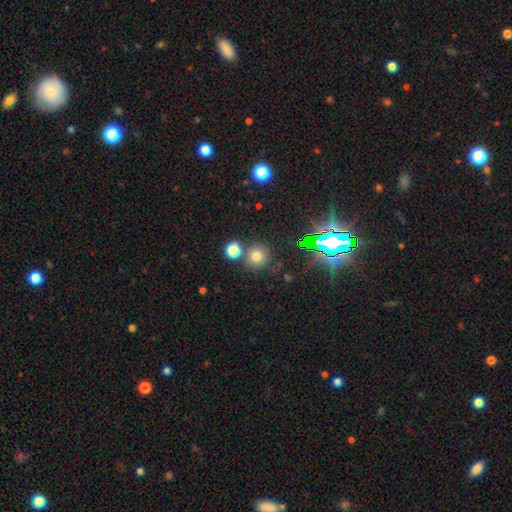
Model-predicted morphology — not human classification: Smooth or featured: smooth — 71% (star or artifact — 21%)
How rounded: round — 92% (in between — 7%)
Merging: none — 75% (merger — 15%)